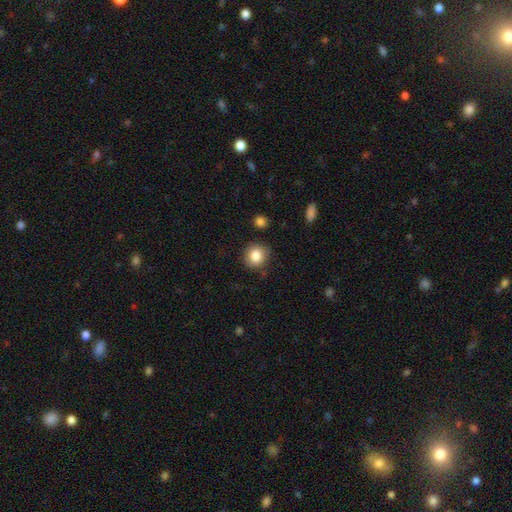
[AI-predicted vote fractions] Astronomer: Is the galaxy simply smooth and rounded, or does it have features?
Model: smooth — 84%.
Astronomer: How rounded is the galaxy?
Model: round — 85%.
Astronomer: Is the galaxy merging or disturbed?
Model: none — 85%.